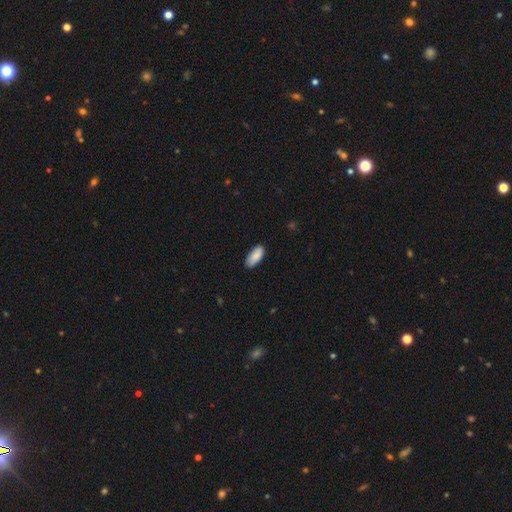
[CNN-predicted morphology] A smooth galaxy with no disk features (88%) that is in between round and cigar-shaped (87%).

Vote fractions:
- Smooth or featured? smooth: 88% / featured or disk: 6% / star or artifact: 6%
- How rounded? in between: 87% / cigar-shaped: 11% / round: 2%
- Merging? none: 83% / minor disturbance: 13% / major disturbance: 2% / merger: 1%